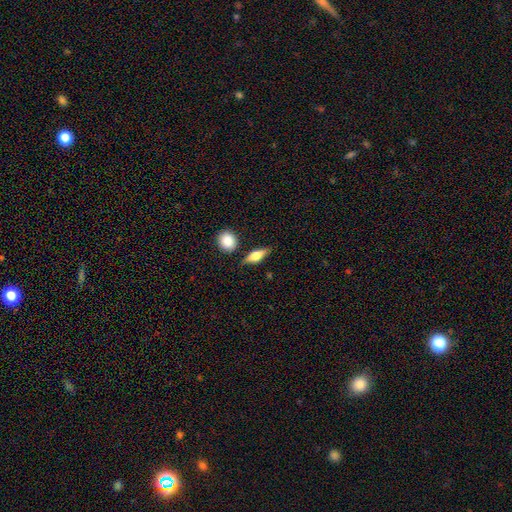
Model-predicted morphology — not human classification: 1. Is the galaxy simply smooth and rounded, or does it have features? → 54% smooth, 39% featured or disk, 7% star or artifact.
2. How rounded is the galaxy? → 56% in between, 35% cigar-shaped, 8% round.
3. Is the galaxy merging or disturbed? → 78% none, 13% minor disturbance, 6% merger, 3% major disturbance.